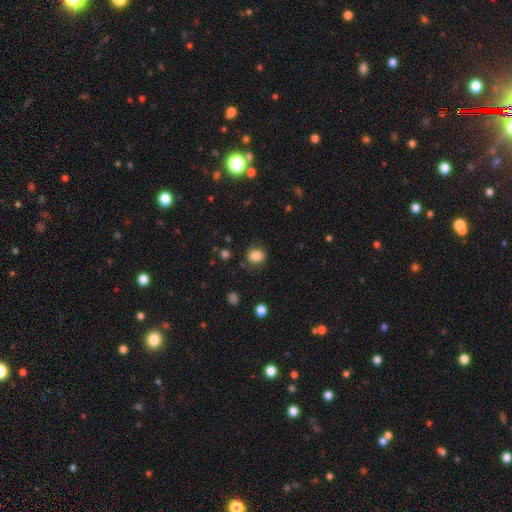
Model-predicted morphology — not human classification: smooth 83%, star or artifact 10%, featured or disk 6%. Down the decision tree: how rounded — round (70%); merging — none (77%).